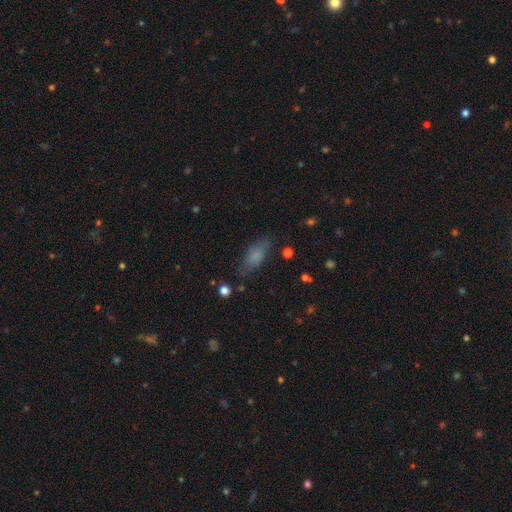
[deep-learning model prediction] The model was most divided on "how rounded": in between: 72%, cigar-shaped: 25%, round: 3%. More confident: smooth or featured — smooth (75%); merging — none (70%).